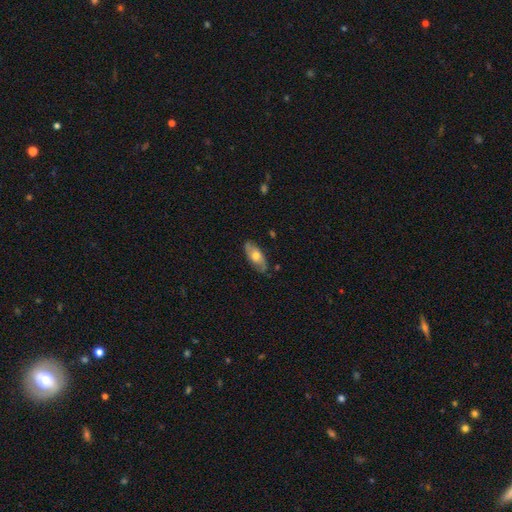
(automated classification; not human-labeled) Overall: smooth (48%; featured or disk 46%). Merging: none (80%).